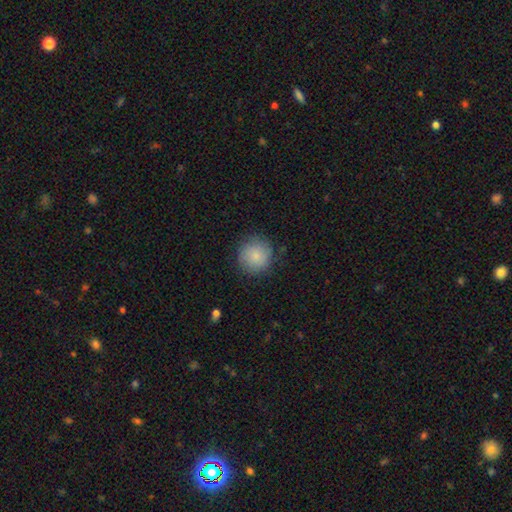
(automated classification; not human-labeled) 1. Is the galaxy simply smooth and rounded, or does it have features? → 84% smooth, 9% featured or disk, 8% star or artifact.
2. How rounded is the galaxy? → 94% round, 5% in between, 1% cigar-shaped.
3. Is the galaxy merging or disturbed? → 83% none, 13% minor disturbance, 3% major disturbance, 1% merger.